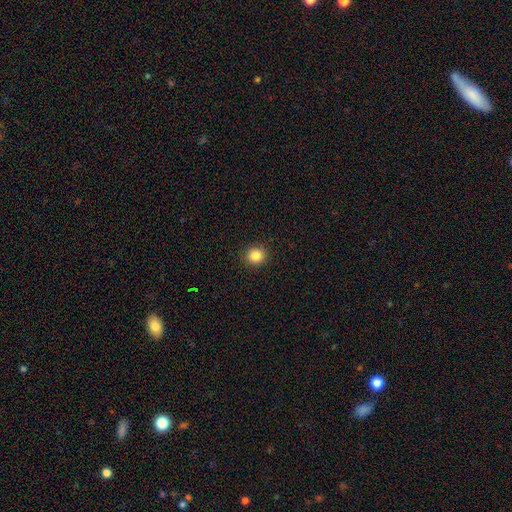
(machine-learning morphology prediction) Overall: smooth (85%). How rounded: round (89%). Merging: none (92%).